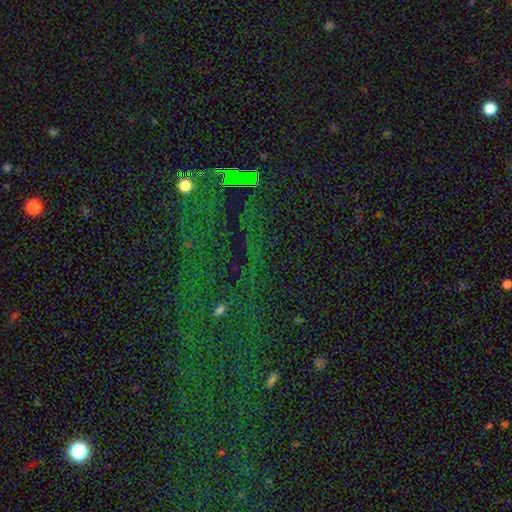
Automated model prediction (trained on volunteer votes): Q: Smooth or featured?
A: star or artifact (81%); runner-up: smooth (10%)